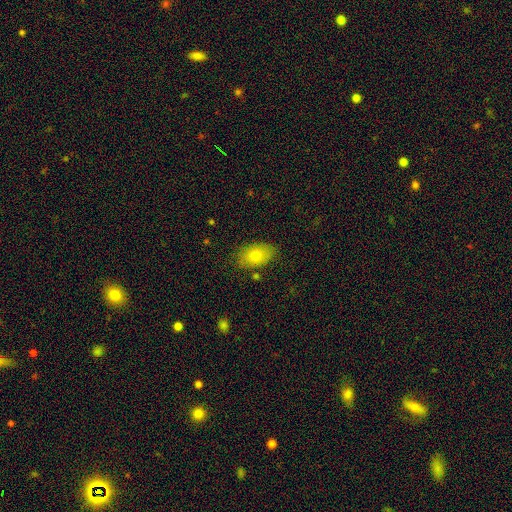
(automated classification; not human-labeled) Smooth or featured: smooth — 77% (featured or disk — 15%)
How rounded: in between — 89% (round — 9%)
Merging: none — 81% (minor disturbance — 13%)